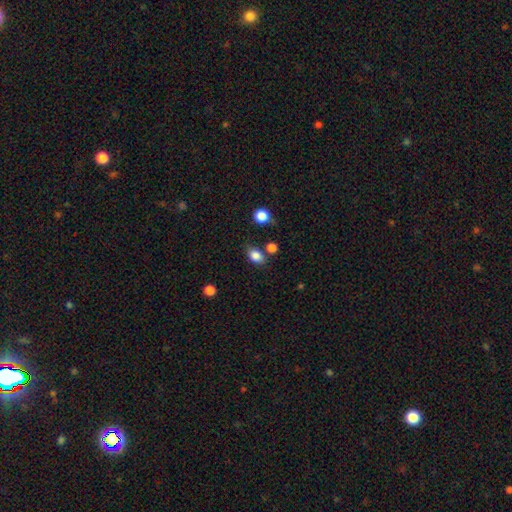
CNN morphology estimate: Smooth or featured? smooth (84%)
How rounded? in between (73%)
Merging? none (69%)